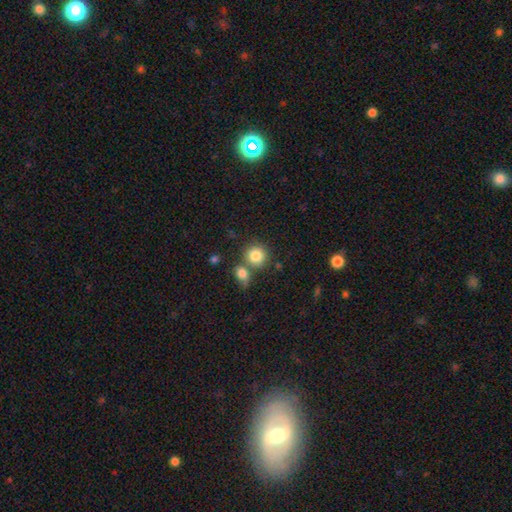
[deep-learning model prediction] A smooth galaxy with no disk features (83%) that is round (87%).

Vote fractions:
- Smooth or featured? smooth: 83% / star or artifact: 9% / featured or disk: 7%
- How rounded? round: 87% / in between: 12% / cigar-shaped: 1%
- Merging? none: 62% / merger: 25% / minor disturbance: 9% / major disturbance: 4%